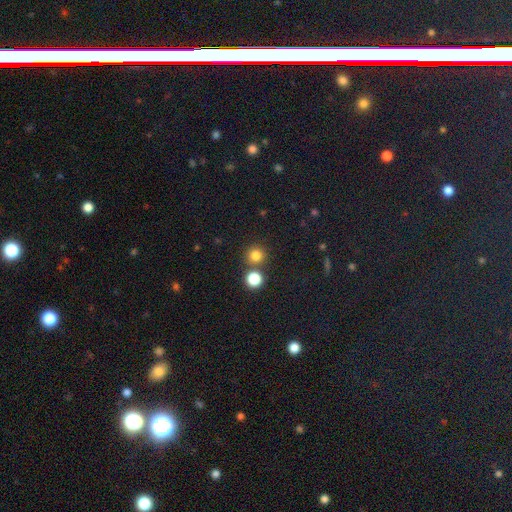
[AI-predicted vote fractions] This appears to be a smooth galaxy with no disk features (79%) that is round (93%). Merging: none (77%).